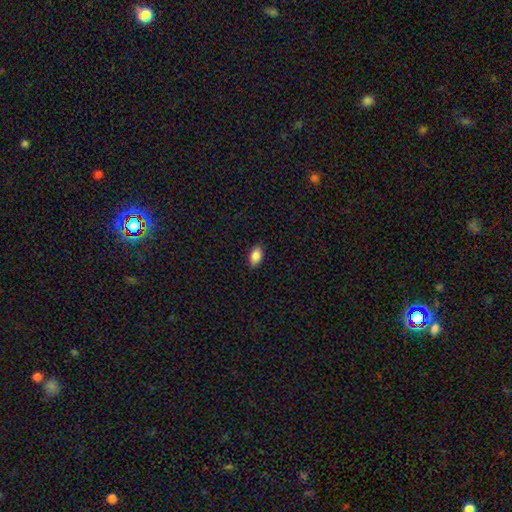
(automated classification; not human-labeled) smooth-or-featured: smooth: 88% | star or artifact: 8% | featured or disk: 5%
  how-rounded: in between: 91% | round: 7% | cigar-shaped: 2%
  merging: none: 87% | minor disturbance: 10% | major disturbance: 2% | merger: 1%